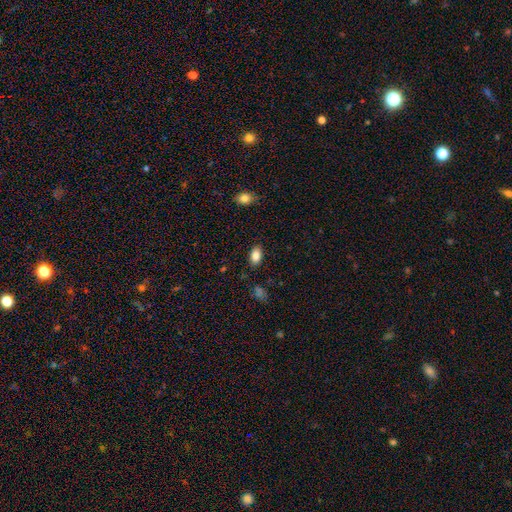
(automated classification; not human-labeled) Smooth or featured? Predicted: smooth (p=0.85). How rounded? Predicted: in between (p=0.90). Merging? Predicted: none (p=0.87).